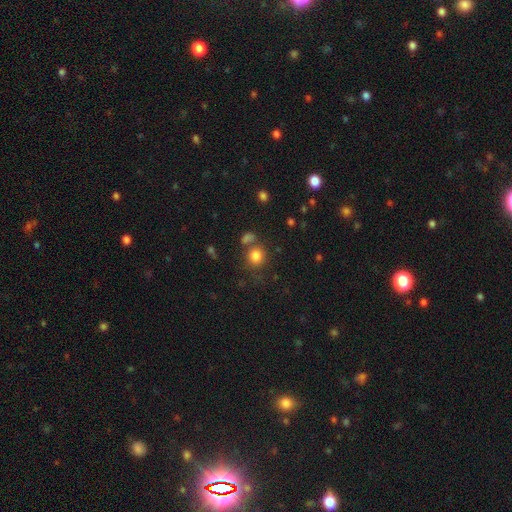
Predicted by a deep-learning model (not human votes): Morphology: type=smooth (81%); roundness=round (81%); merging=none (67%).